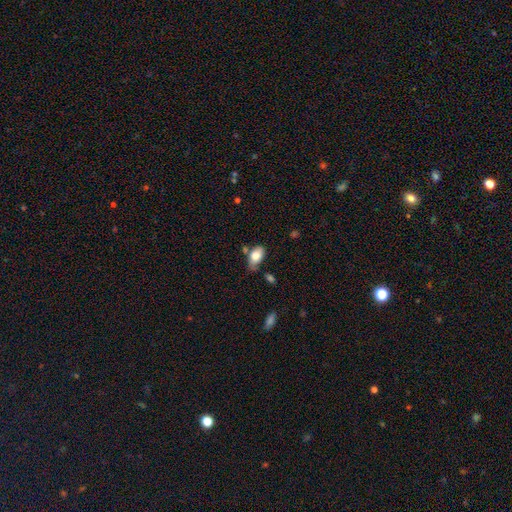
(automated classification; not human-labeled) Smooth or featured: smooth — 77% (featured or disk — 16%)
How rounded: in between — 92% (round — 6%)
Merging: none — 49% (minor disturbance — 31%)